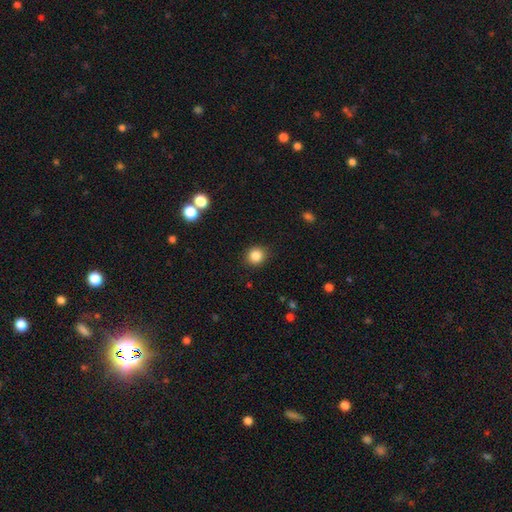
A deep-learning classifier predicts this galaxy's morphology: This appears to be a smooth galaxy with no disk features (85%) that is round (86%). Merging: none (90%).